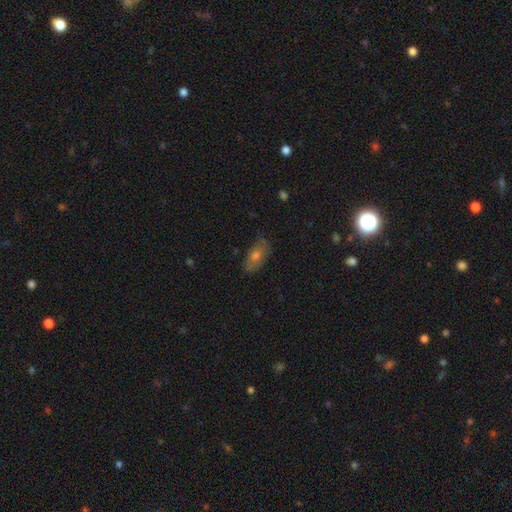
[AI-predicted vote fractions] This is possibly a smooth galaxy (53%). How rounded: clearly in between (84%). Merging: likely none (76%).